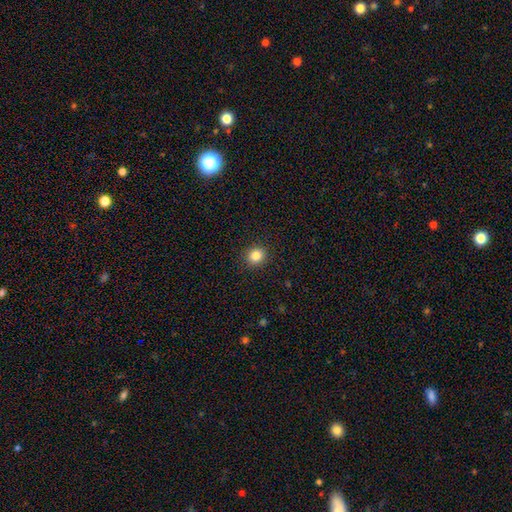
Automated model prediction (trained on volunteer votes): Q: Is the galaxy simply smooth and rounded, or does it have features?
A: smooth — 85%.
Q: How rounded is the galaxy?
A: round — 80%.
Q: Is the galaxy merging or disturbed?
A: none — 91%.